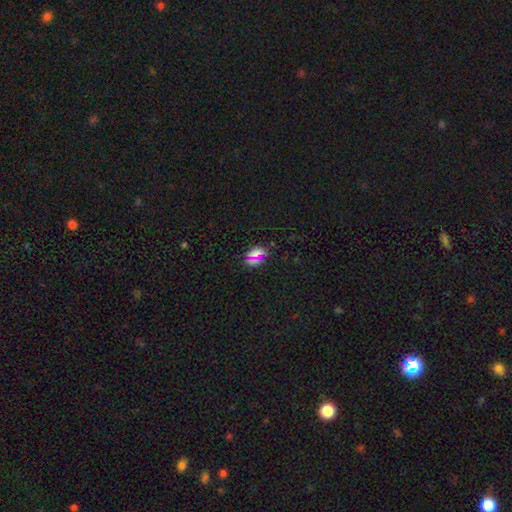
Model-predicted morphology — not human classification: Smooth or featured? smooth (64%)
How rounded? in between (72%)
Merging? none (78%)